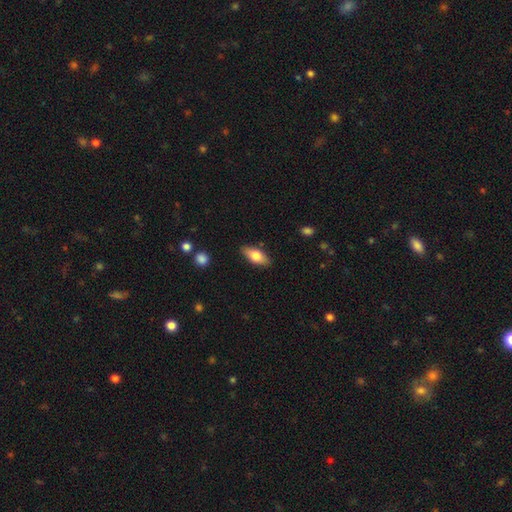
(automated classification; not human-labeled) Morphology: type=smooth (74%); roundness=in between (81%); merging=none (86%).